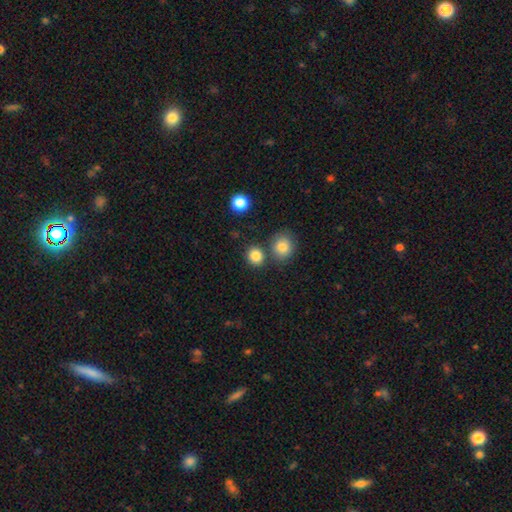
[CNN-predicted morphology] A smooth galaxy with no disk features (84%) that is round (80%).

Vote fractions:
- Smooth or featured? smooth: 84% / star or artifact: 11% / featured or disk: 5%
- How rounded? round: 80% / in between: 19% / cigar-shaped: 1%
- Merging? none: 76% / merger: 14% / minor disturbance: 8% / major disturbance: 3%